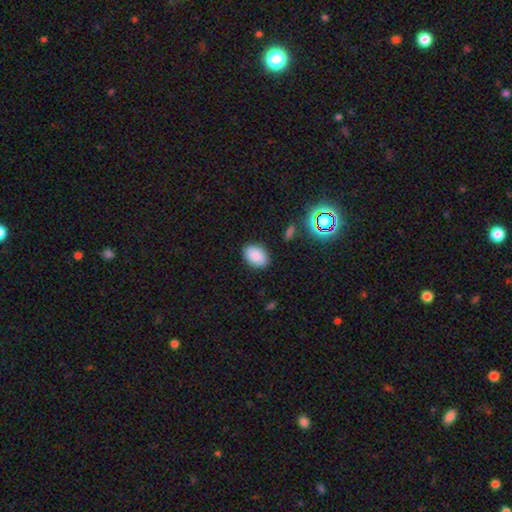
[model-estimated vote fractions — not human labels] Smooth or featured?
  - smooth: 86% *
  - star or artifact: 10%
  - featured or disk: 4%
How rounded?
  - in between: 84% *
  - round: 15%
  - cigar-shaped: 1%
Merging?
  - none: 87% *
  - minor disturbance: 9%
  - major disturbance: 2%
  - merger: 1%